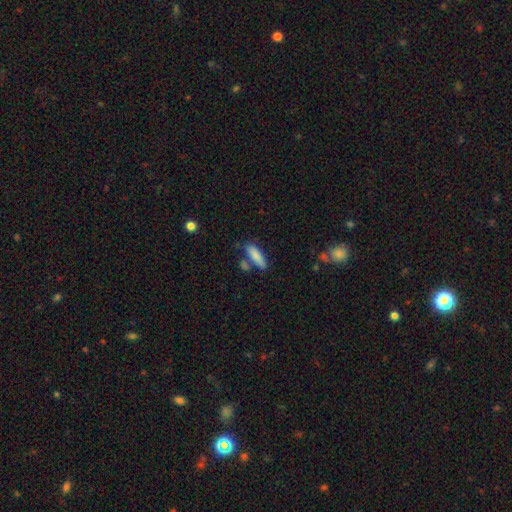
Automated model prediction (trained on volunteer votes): Smooth or featured: smooth — 83% (featured or disk — 11%)
How rounded: in between — 51% (cigar-shaped — 46%)
Merging: none — 63% (minor disturbance — 18%)